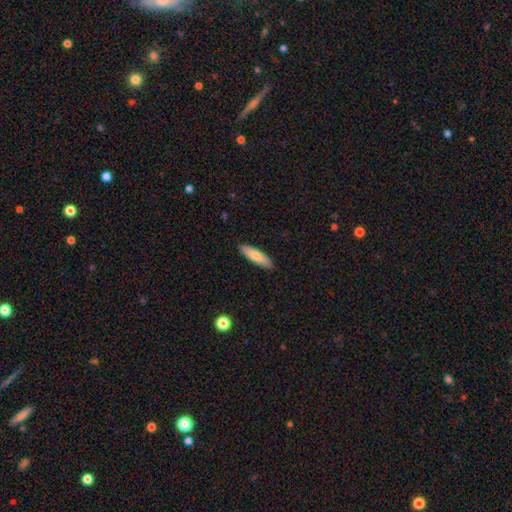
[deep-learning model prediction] Smooth or featured?
  - smooth: 74% *
  - featured or disk: 20%
  - star or artifact: 6%
How rounded?
  - cigar-shaped: 66% *
  - in between: 32%
  - round: 2%
Merging?
  - none: 90% *
  - minor disturbance: 8%
  - major disturbance: 2%
  - merger: 1%